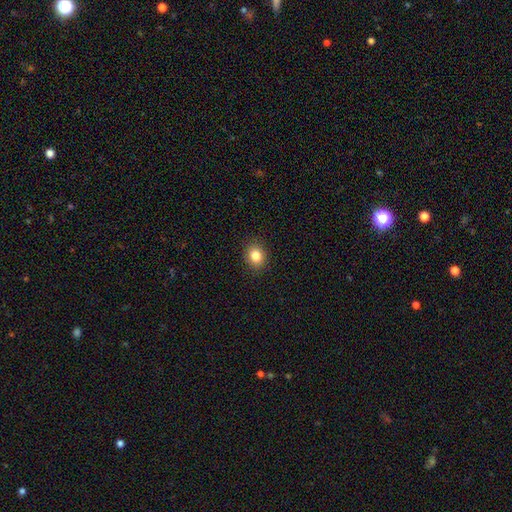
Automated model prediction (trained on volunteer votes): This is clearly a smooth galaxy (83%). How rounded: likely round (60%). Merging: clearly none (90%).